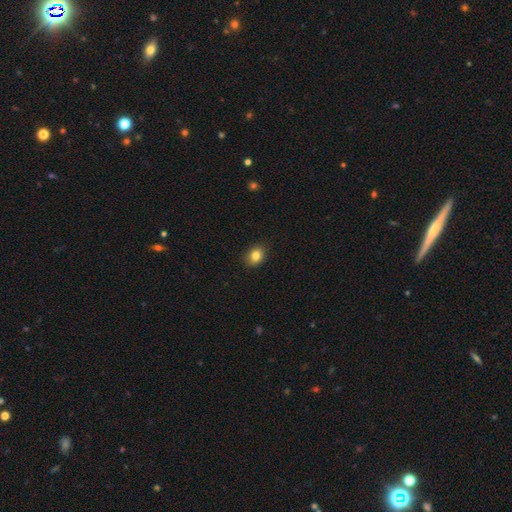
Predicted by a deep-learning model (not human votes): smooth-or-featured: smooth: 83% | star or artifact: 10% | featured or disk: 7%
  how-rounded: in between: 52% | round: 47% | cigar-shaped: 1%
  merging: none: 88% | minor disturbance: 9% | major disturbance: 2% | merger: 1%